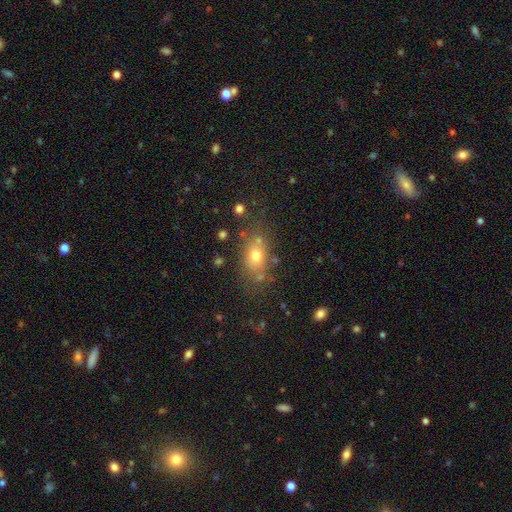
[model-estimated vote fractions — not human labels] Q: Smooth or featured?
A: smooth (70%); runner-up: star or artifact (16%)
Q: How rounded?
A: in between (59%); runner-up: round (38%)
Q: Merging?
A: none (68%); runner-up: minor disturbance (15%)